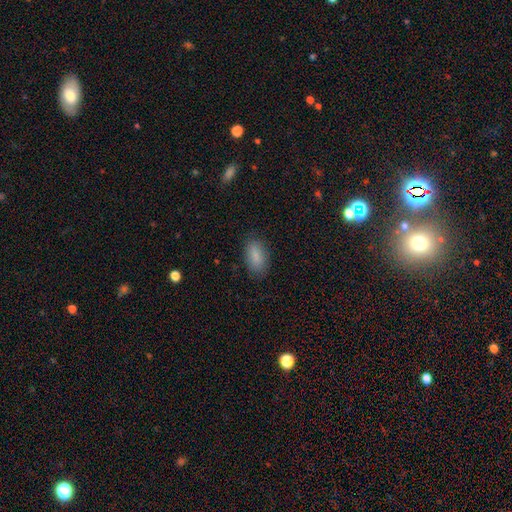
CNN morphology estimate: Smooth or featured? Predicted: smooth (p=0.87). How rounded? Predicted: in between (p=0.91). Merging? Predicted: none (p=0.84).